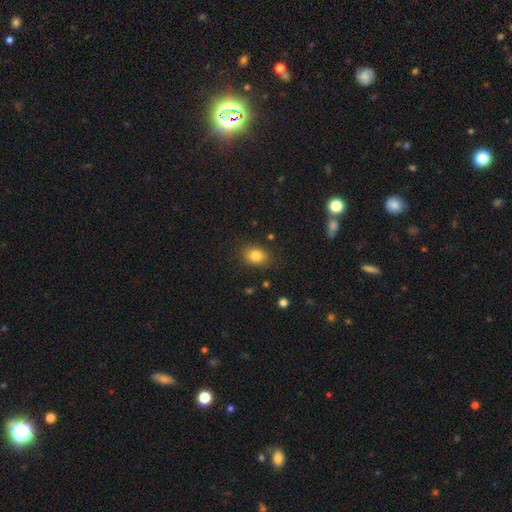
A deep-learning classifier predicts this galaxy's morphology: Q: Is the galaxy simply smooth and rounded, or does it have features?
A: smooth — 82%.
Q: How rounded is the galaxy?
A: in between — 56%.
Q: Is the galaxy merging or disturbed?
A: none — 85%.